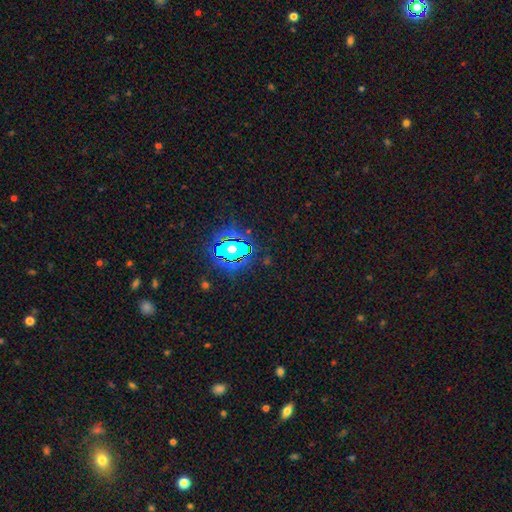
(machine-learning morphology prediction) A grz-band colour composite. It shows a star or artifact, not a galaxy (82%).